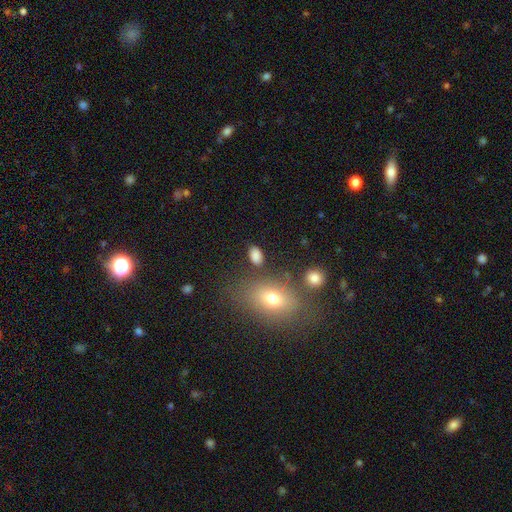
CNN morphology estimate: smooth_or_featured: smooth (p=0.83) [alt: star or artifact p=0.11]
how_rounded: in between (p=0.88) [alt: round p=0.09]
merging: none (p=0.78) [alt: minor disturbance p=0.12]